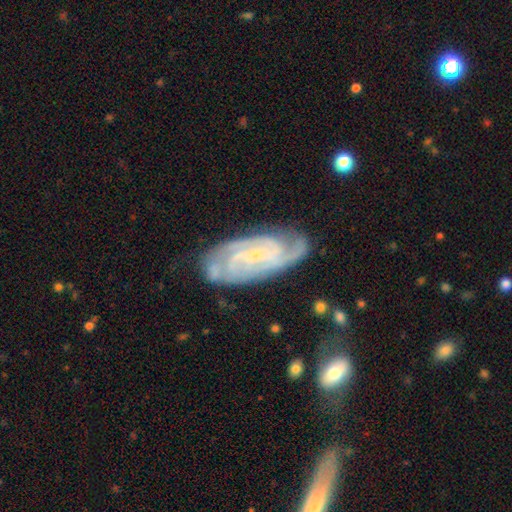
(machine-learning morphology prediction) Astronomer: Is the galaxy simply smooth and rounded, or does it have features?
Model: featured or disk — 87%.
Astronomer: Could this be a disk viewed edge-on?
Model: no — 95%.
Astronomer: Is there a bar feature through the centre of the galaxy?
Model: no — 47% (runner-up: weak, 38%).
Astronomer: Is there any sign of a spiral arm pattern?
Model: yes — 97%.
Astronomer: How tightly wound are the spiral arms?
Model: tight — 65%.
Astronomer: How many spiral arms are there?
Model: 3 — 31% (runner-up: 2, 22%).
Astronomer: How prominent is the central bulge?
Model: small — 81%.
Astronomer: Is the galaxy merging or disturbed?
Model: none — 73%.